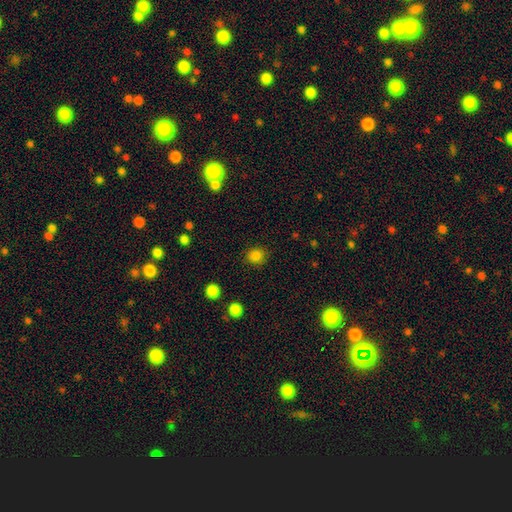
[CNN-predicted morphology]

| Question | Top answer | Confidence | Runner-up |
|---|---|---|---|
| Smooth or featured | smooth | 84% | star or artifact (13%) |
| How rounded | round | 82% | in between (17%) |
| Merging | none | 88% | minor disturbance (8%) |